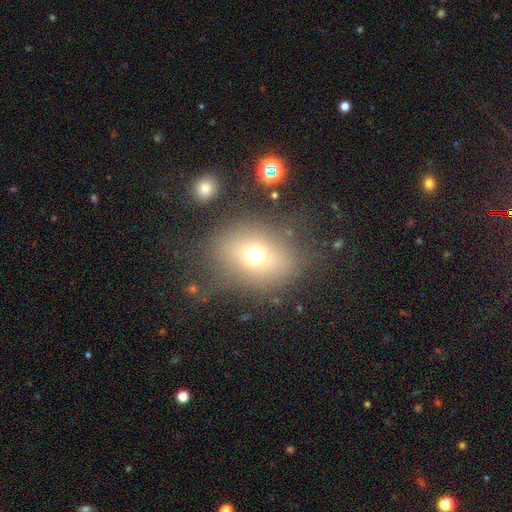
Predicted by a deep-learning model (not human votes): Smooth or featured: smooth — 64% (featured or disk — 20%)
How rounded: in between — 52% (round — 47%)
Merging: none — 68% (minor disturbance — 17%)